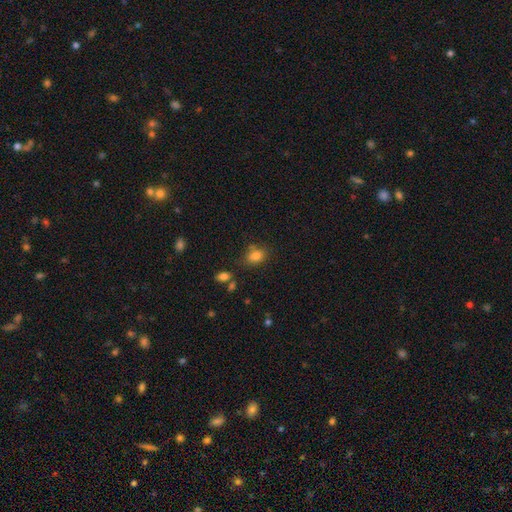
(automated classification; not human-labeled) A smooth galaxy with no disk features (82%) that is in between round and cigar-shaped (67%). Merging: none (68%).